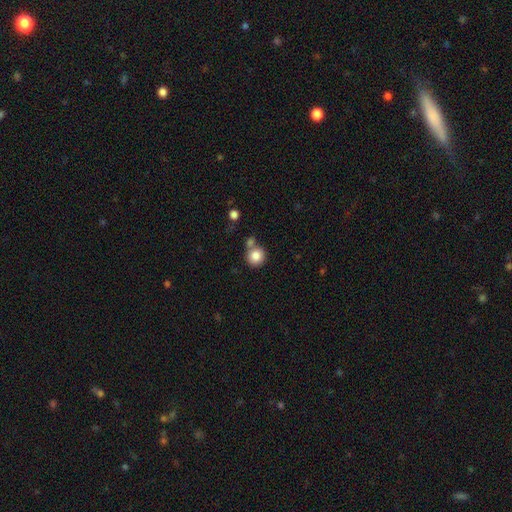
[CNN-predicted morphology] A smooth galaxy with no disk features (84%) that is round (90%).

Vote fractions:
- Smooth or featured? smooth: 84% / star or artifact: 9% / featured or disk: 7%
- How rounded? round: 90% / in between: 10% / cigar-shaped: 1%
- Merging? none: 63% / merger: 23% / minor disturbance: 10% / major disturbance: 3%